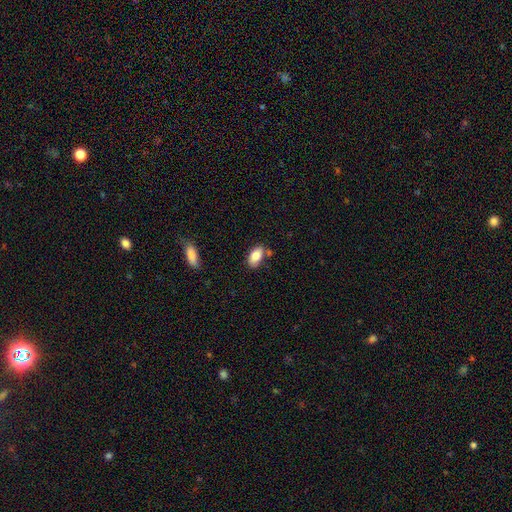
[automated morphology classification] Smooth or featured? smooth (82%)
How rounded? in between (92%)
Merging? none (70%)